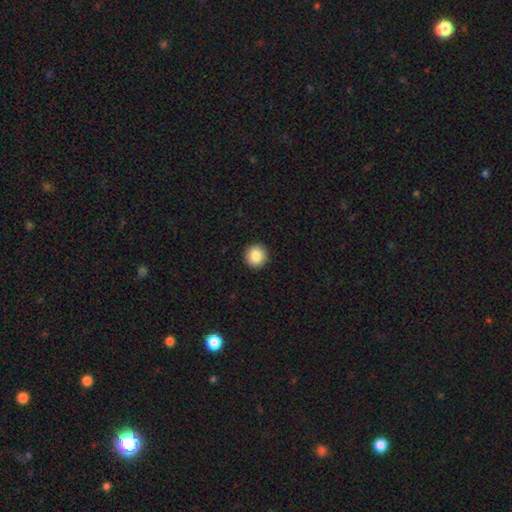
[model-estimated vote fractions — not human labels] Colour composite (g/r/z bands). It shows a smooth galaxy with no disk features (87%) that is round (95%). Merging: none (93%).